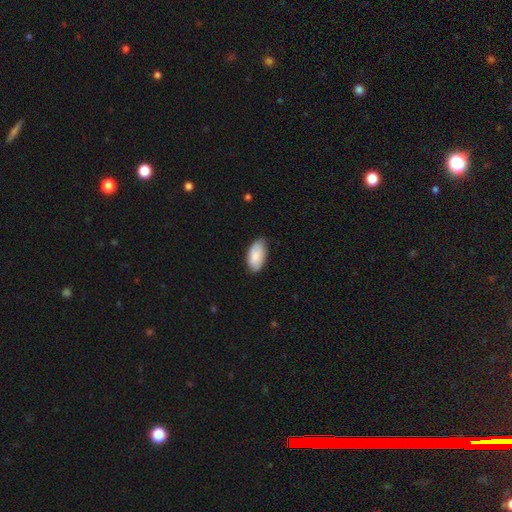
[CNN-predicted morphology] A smooth galaxy with no disk features (87%) that is in between round and cigar-shaped (95%).

Vote fractions:
- Smooth or featured? smooth: 87% / featured or disk: 8% / star or artifact: 6%
- How rounded? in between: 95% / cigar-shaped: 3% / round: 2%
- Merging? none: 77% / minor disturbance: 20% / major disturbance: 3% / merger: 1%